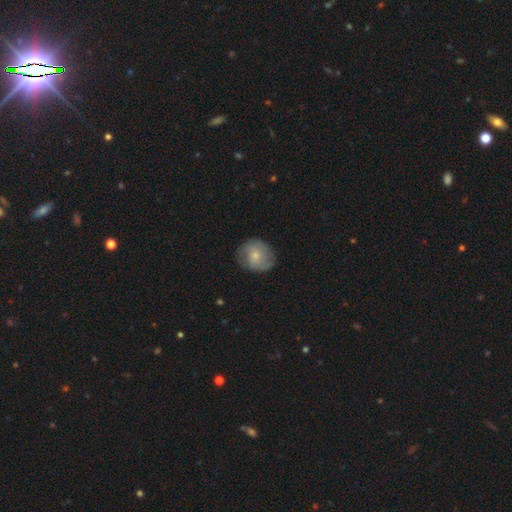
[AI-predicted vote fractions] Smooth or featured: smooth — 54% (featured or disk — 39%)
How rounded: round — 72% (in between — 27%)
Merging: none — 72% (minor disturbance — 20%)